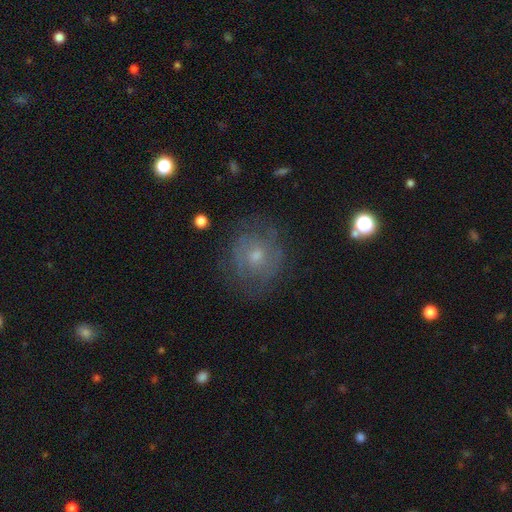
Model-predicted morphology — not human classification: Q: Smooth or featured?
A: featured or disk (53%); runner-up: smooth (35%)
Q: Edge-on disk?
A: no (97%); runner-up: yes (3%)
Q: Bar?
A: no (79%); runner-up: weak (18%)
Q: Spiral arms?
A: yes (66%); runner-up: no (34%)
Q: Bulge size?
A: small (53%); runner-up: moderate (41%)
Q: Merging?
A: none (71%); runner-up: minor disturbance (18%)